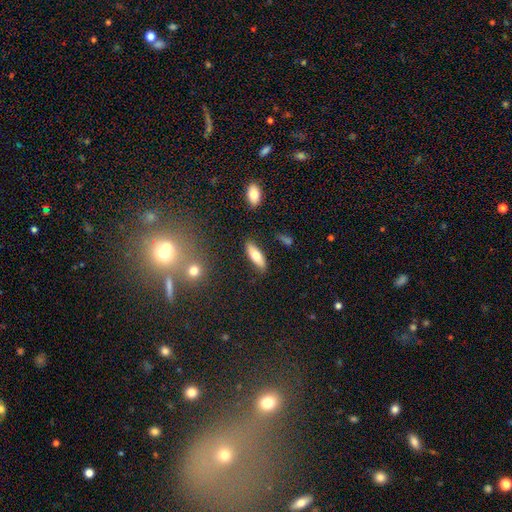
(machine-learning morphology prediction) smooth-or-featured: smooth: 70% | featured or disk: 23% | star or artifact: 7%
  how-rounded: in between: 54% | cigar-shaped: 44% | round: 2%
  merging: none: 85% | minor disturbance: 10% | major disturbance: 2% | merger: 2%